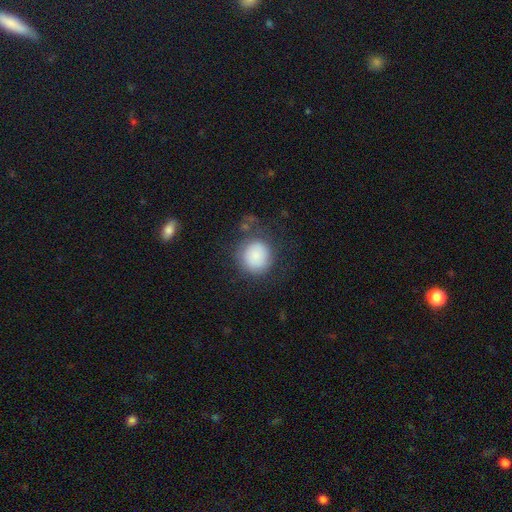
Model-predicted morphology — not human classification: type=smooth (81%); roundness=round (90%); merging=none (62%).